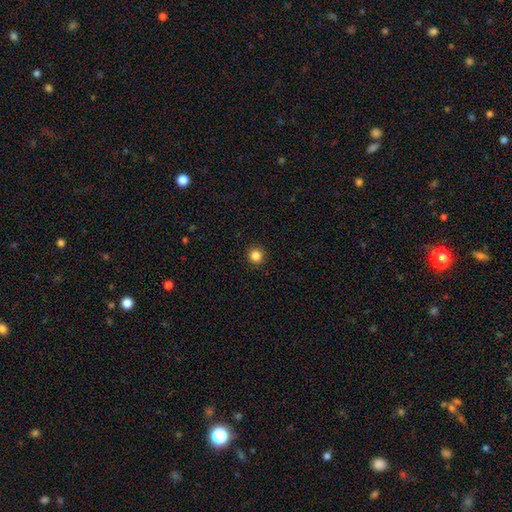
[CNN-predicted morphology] A smooth galaxy with no disk features (85%) that is round (95%).

Vote fractions:
- Smooth or featured? smooth: 85% / star or artifact: 12% / featured or disk: 4%
- How rounded? round: 95% / in between: 5% / cigar-shaped: 1%
- Merging? none: 93% / minor disturbance: 4% / major disturbance: 2% / merger: 1%